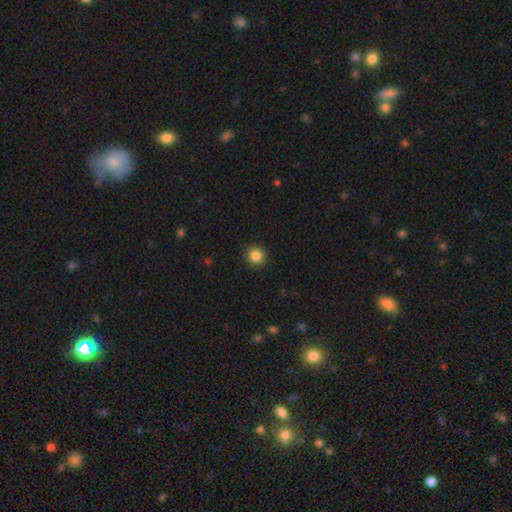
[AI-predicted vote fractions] Smooth or featured? smooth (86%)
How rounded? round (90%)
Merging? none (91%)